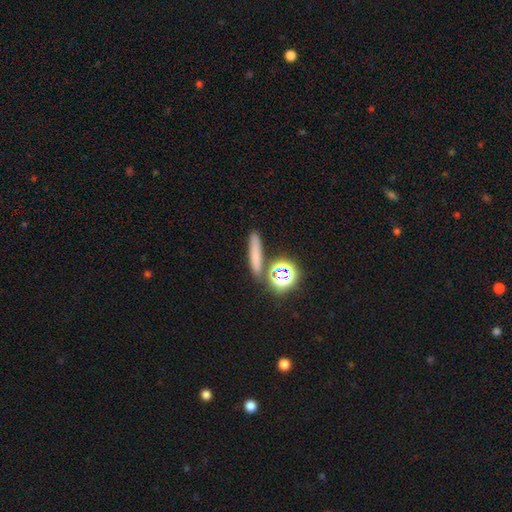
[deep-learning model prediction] This appears to be a smooth galaxy with no disk features (63%) that is cigar-shaped (70%). Merging: none (80%).